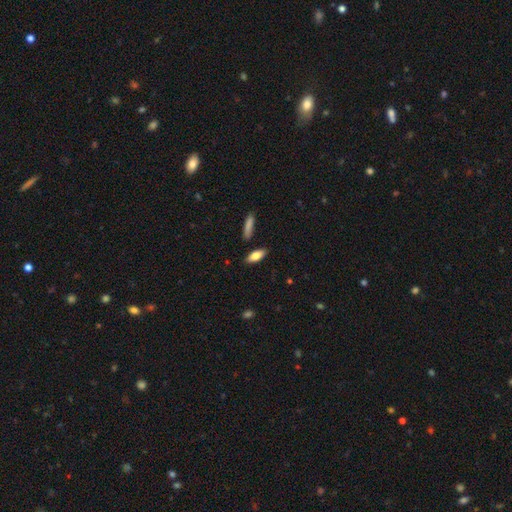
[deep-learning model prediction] Q: Smooth or featured?
A: smooth (79%); runner-up: featured or disk (15%)
Q: How rounded?
A: in between (74%); runner-up: cigar-shaped (23%)
Q: Merging?
A: none (84%); runner-up: minor disturbance (10%)